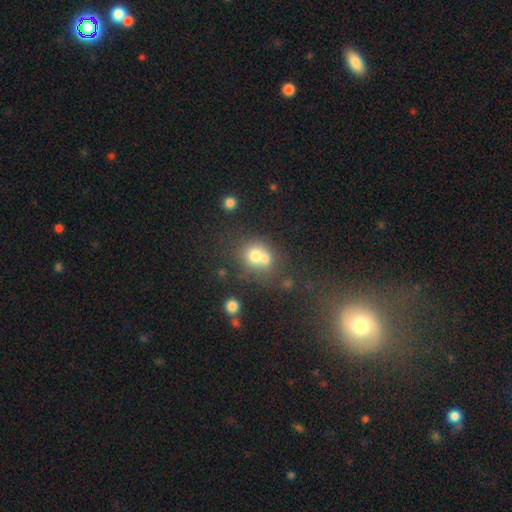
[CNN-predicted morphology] type=smooth (70%); roundness=round (74%); merging=merger (51%).